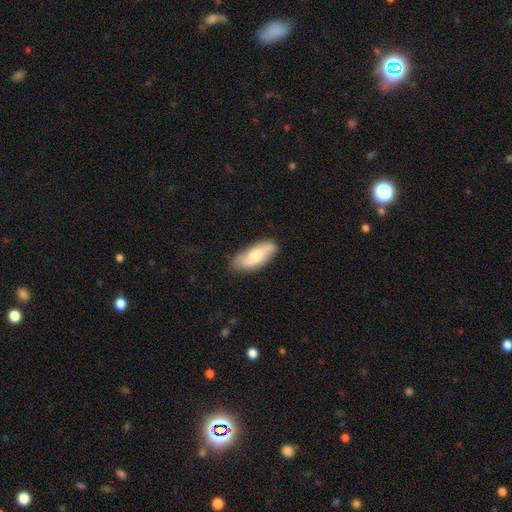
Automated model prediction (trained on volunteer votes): A smooth galaxy with no disk features (61%) that is in between round and cigar-shaped (77%). Merging: none (76%).